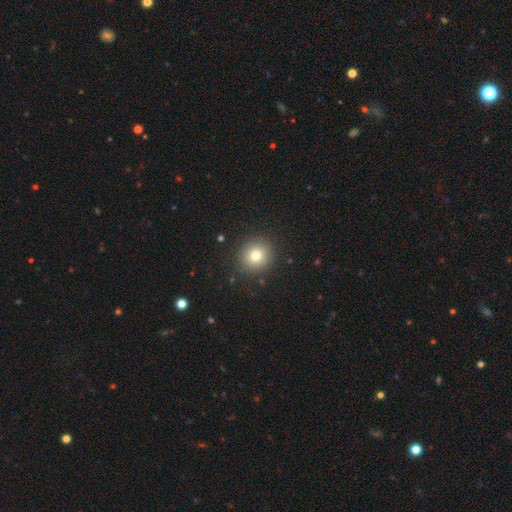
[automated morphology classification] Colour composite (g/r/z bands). It shows a smooth galaxy with no disk features (78%) that is round (89%). Merging: none (89%).